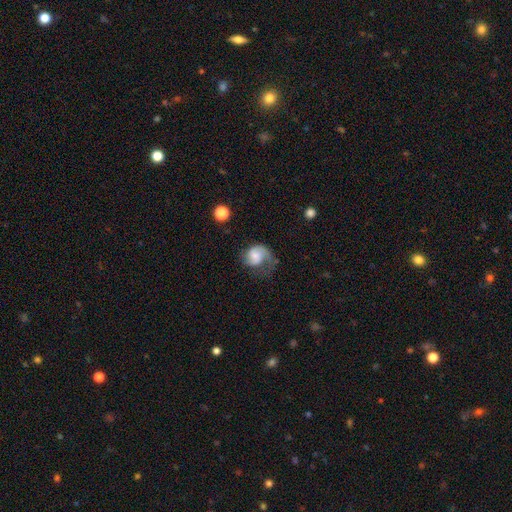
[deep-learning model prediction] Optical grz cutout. It shows a featured or disk galaxy (63%) with no bar (54%), 2 (57%) medium (43%) spiral arms (91%) and a small central bulge (42%). Merging: none (42%).